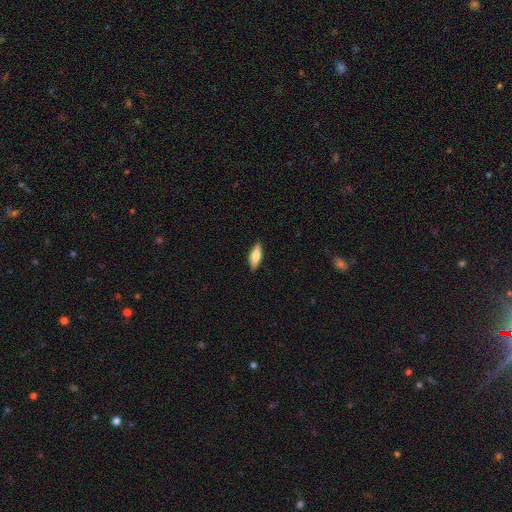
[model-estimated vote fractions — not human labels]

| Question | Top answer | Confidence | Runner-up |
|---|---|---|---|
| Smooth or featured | smooth | 64% | featured or disk (30%) |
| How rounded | in between | 60% | cigar-shaped (38%) |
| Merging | none | 88% | minor disturbance (9%) |